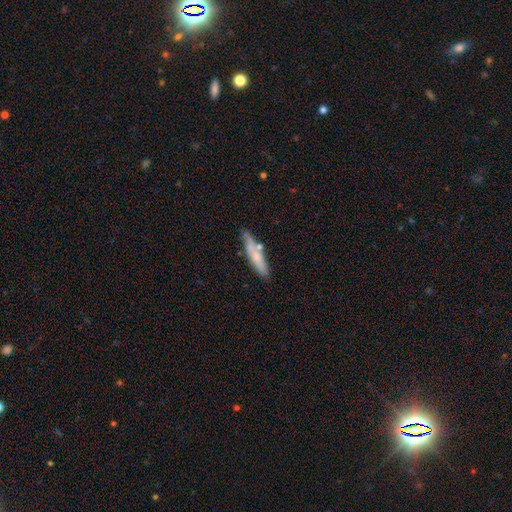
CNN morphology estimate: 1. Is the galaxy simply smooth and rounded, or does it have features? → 62% smooth, 32% featured or disk, 6% star or artifact.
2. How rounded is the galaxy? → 81% cigar-shaped, 17% in between, 2% round.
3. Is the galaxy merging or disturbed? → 68% none, 18% minor disturbance, 10% merger, 4% major disturbance.